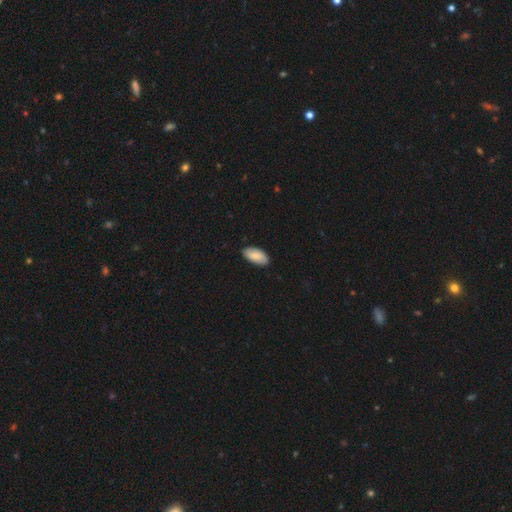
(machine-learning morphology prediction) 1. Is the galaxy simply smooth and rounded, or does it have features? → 85% smooth, 10% featured or disk, 6% star or artifact.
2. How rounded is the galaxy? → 95% in between, 4% cigar-shaped, 2% round.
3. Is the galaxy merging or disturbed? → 86% none, 12% minor disturbance, 2% major disturbance, 1% merger.